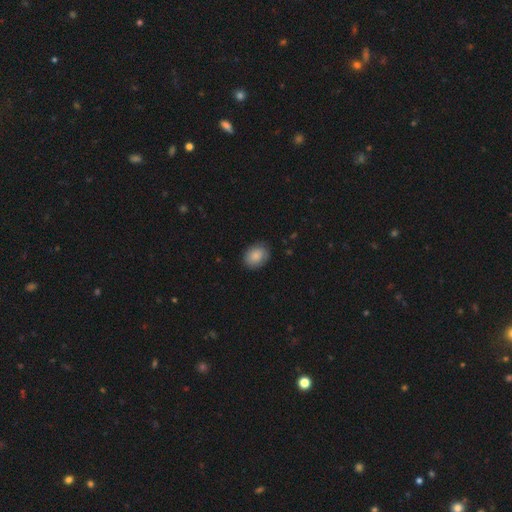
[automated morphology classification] This appears to be a smooth galaxy with no disk features (86%) that is in between round and cigar-shaped (61%). Merging: none (82%).